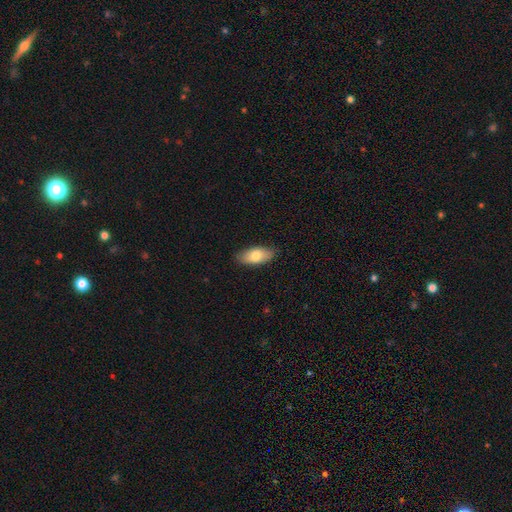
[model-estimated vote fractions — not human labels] This is likely a smooth galaxy (78%). How rounded: clearly in between (89%). Merging: clearly none (85%).